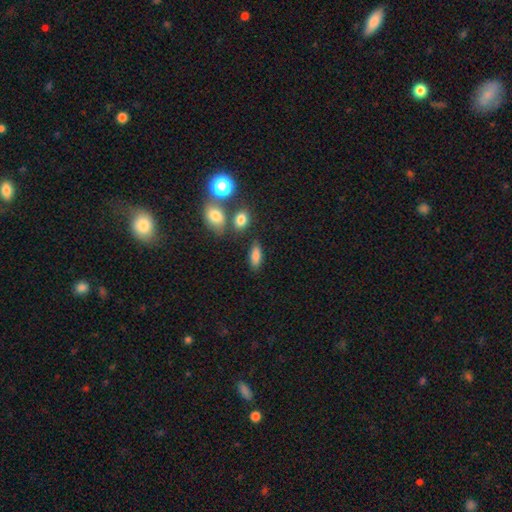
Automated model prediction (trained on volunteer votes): This is clearly a smooth galaxy (83%). How rounded: likely in between (77%). Merging: likely none (77%).